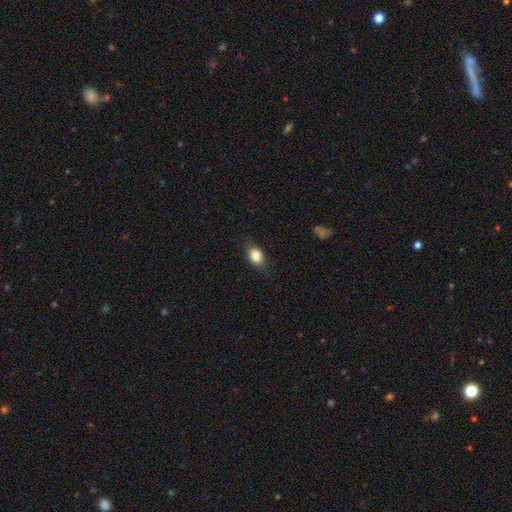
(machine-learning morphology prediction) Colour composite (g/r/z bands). It shows a smooth galaxy with no disk features (85%) that is in between round and cigar-shaped (80%). Merging: none (82%).